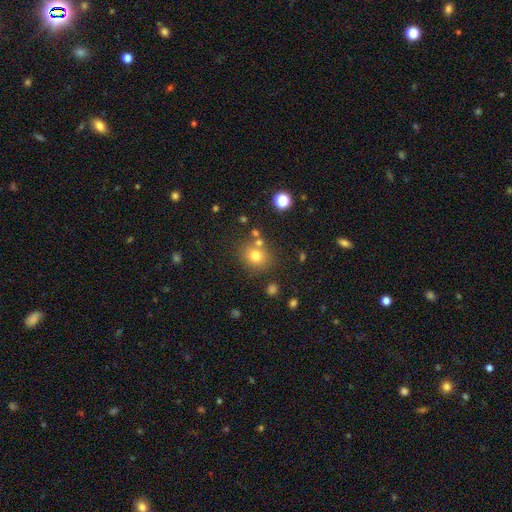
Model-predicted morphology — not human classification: smooth_or_featured: smooth (p=0.76) [alt: star or artifact p=0.15]
how_rounded: round (p=0.74) [alt: in between p=0.25]
merging: none (p=0.73) [alt: merger p=0.12]